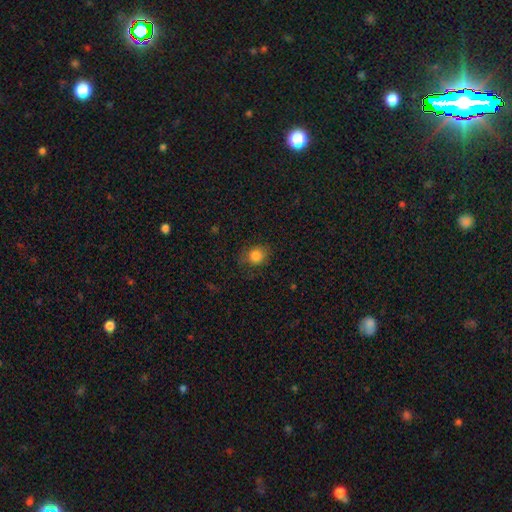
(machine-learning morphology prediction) This appears to be a smooth galaxy with no disk features (82%) that is round (65%). Merging: none (79%).